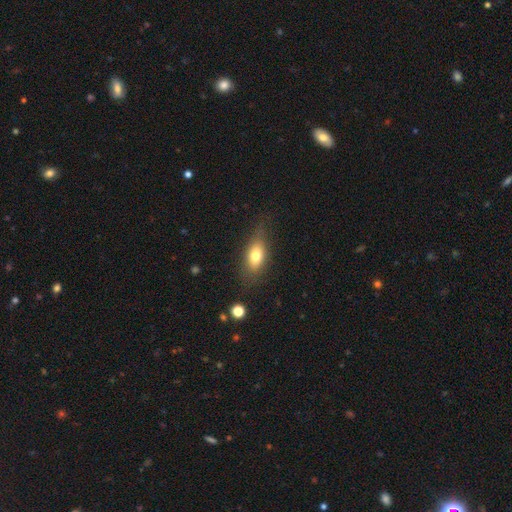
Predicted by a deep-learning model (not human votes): Morphology: type=smooth (73%); roundness=in between (80%); merging=none (72%).